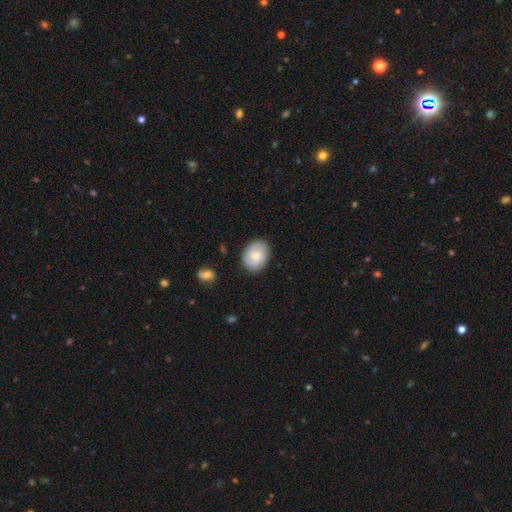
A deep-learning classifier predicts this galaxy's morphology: Q: Smooth or featured?
A: smooth (56%); runner-up: featured or disk (37%)
Q: How rounded?
A: in between (57%); runner-up: round (42%)
Q: Merging?
A: none (82%); runner-up: minor disturbance (14%)